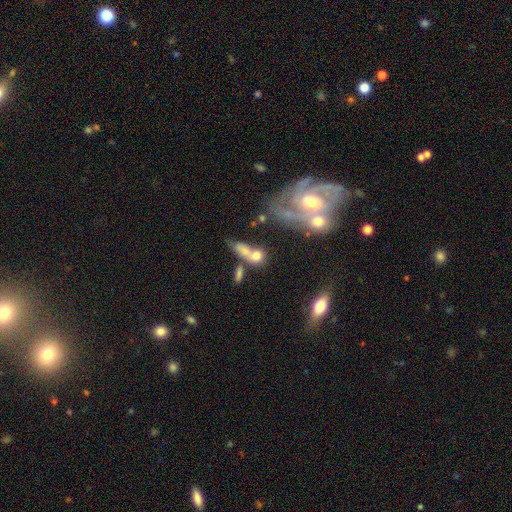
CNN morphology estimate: type=smooth (61%); roundness=in between (47%); merging=merger (49%).